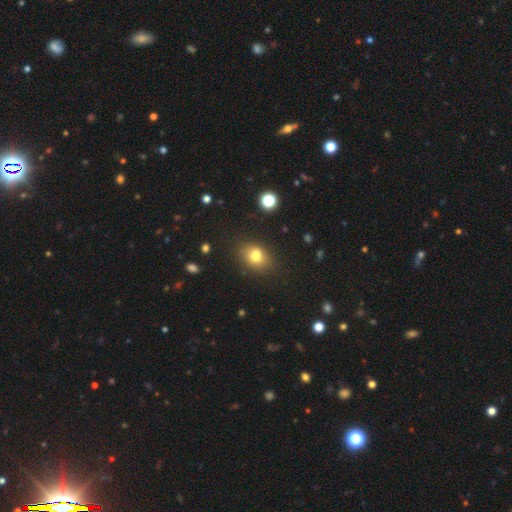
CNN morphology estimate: Smooth or featured? Predicted: smooth (p=0.76). How rounded? Predicted: in between (p=0.60). Merging? Predicted: none (p=0.72).